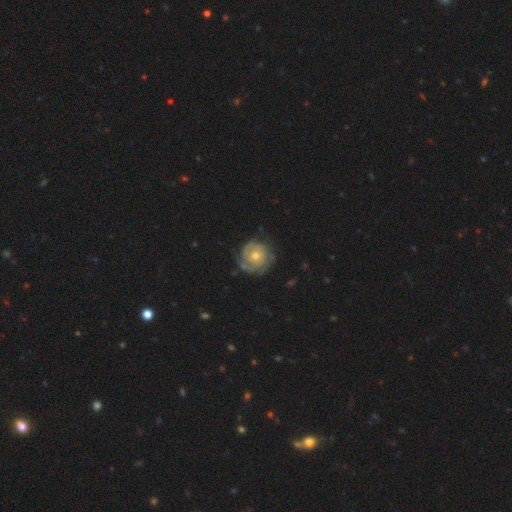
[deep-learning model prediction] This appears to be a featured or disk galaxy (68%) with no bar (83%), tight (73%) spiral arms (79%) and a moderate central bulge (49%). Merging: none (66%).